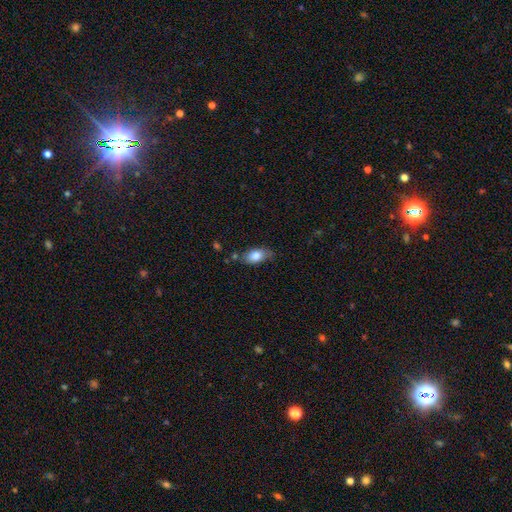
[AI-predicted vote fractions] Smooth or featured? Predicted: smooth (p=0.80). How rounded? Predicted: in between (p=0.88). Merging? Predicted: none (p=0.65).